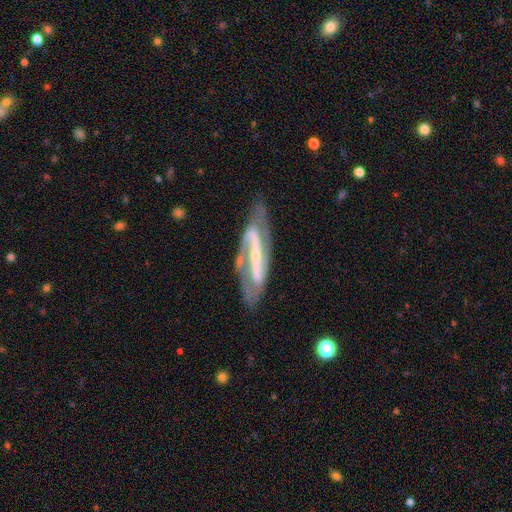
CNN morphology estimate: A featured or disk galaxy (90%) with a strong bar (72%), 2 (91%) medium (48%) spiral arms (96%) and a small central bulge (73%). Merging: none (77%).